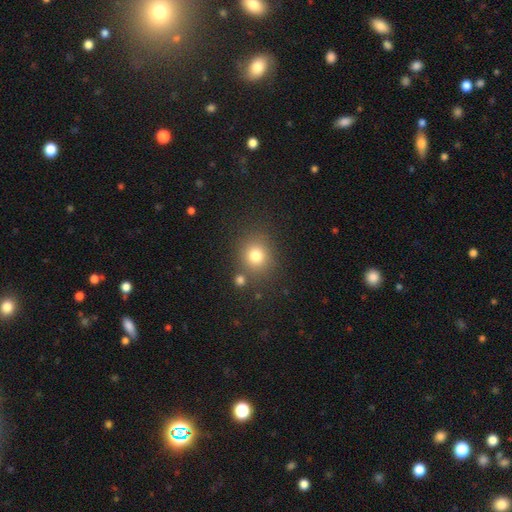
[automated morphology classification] smooth_or_featured: smooth (p=0.79) [alt: star or artifact p=0.13]
how_rounded: round (p=0.77) [alt: in between p=0.22]
merging: none (p=0.78) [alt: minor disturbance p=0.10]